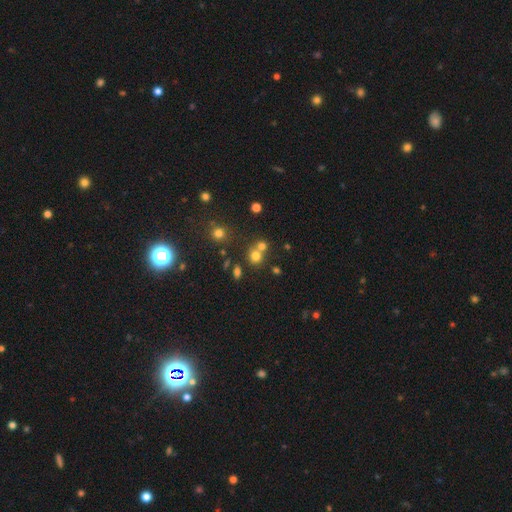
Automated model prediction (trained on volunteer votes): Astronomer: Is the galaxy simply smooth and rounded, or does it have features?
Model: smooth — 71%.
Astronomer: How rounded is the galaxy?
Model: round — 81%.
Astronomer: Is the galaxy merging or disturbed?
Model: none — 53% (runner-up: merger, 36%).